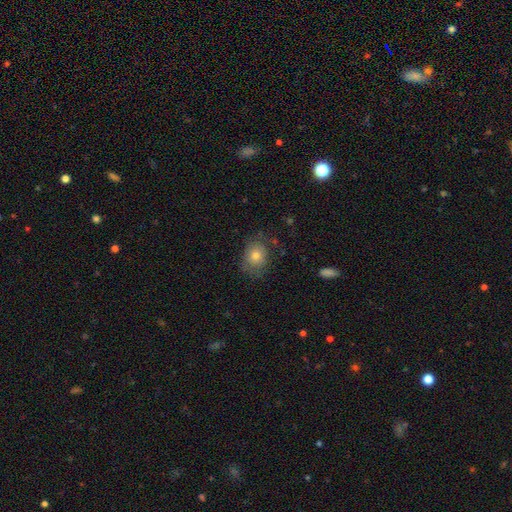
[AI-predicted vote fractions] Smooth or featured?
  - smooth: 73% *
  - featured or disk: 16%
  - star or artifact: 11%
How rounded?
  - round: 52% *
  - in between: 47%
  - cigar-shaped: 1%
Merging?
  - none: 70% *
  - minor disturbance: 20%
  - major disturbance: 8%
  - merger: 1%